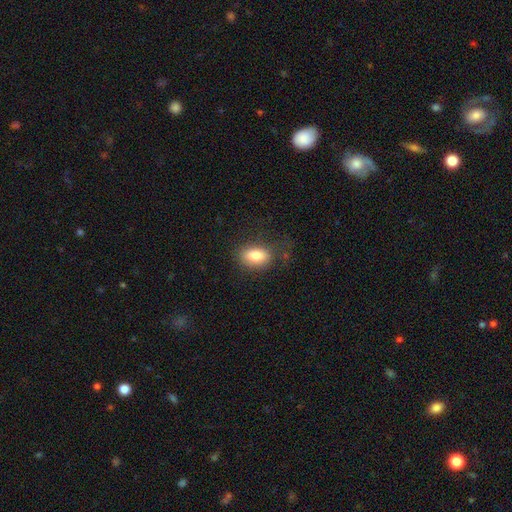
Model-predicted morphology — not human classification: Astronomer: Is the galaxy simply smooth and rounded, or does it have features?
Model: smooth — 81%.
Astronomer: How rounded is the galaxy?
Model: in between — 87%.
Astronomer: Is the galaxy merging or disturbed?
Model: none — 74%.